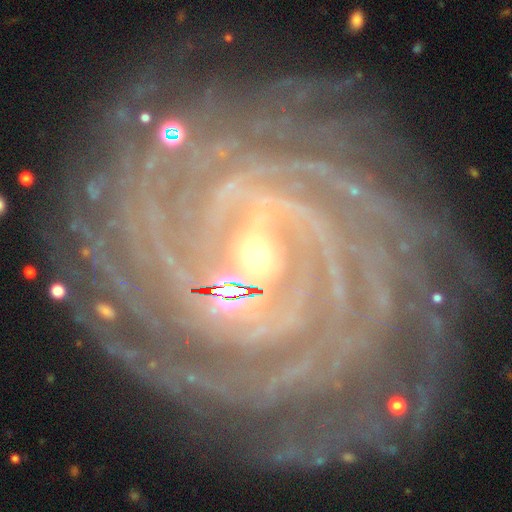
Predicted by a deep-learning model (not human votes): featured or disk 89%, star or artifact 7%, smooth 4%. Down the decision tree: edge-on disk — no (97%); bar — strong (46%); spiral arms — yes (98%); spiral arm count — more than 4 (32%); spiral winding — tight (86%); bulge size — small (63%); merging — none (83%).